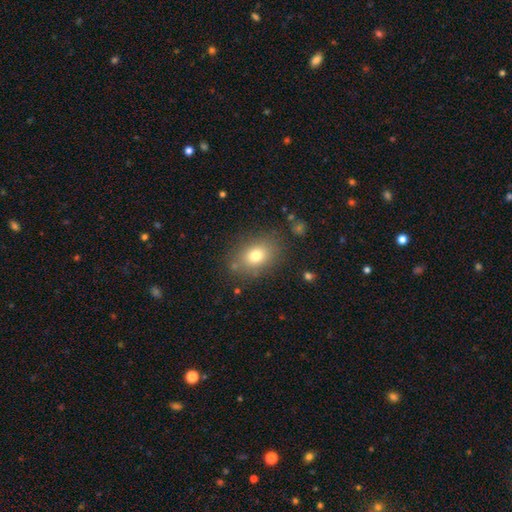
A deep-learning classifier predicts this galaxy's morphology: Smooth or featured: smooth — 77% (featured or disk — 12%)
How rounded: in between — 67% (round — 32%)
Merging: none — 80% (minor disturbance — 12%)